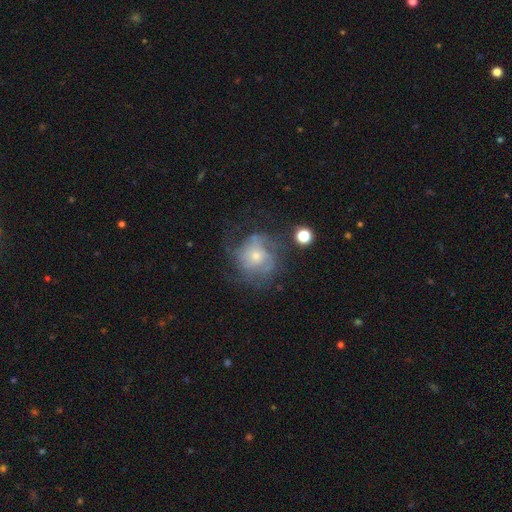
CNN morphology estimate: A featured or disk galaxy (64%) with no bar (80%), spiral arms (75%) and a small central bulge (57%). Merging: none (57%).